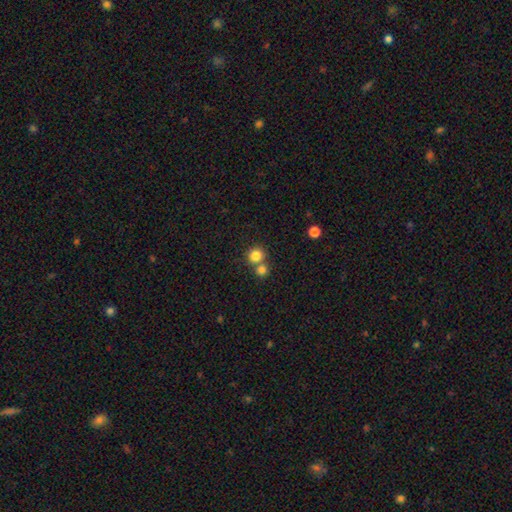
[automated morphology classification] Smooth or featured? Predicted: smooth (p=0.82). How rounded? Predicted: round (p=0.89). Merging? Predicted: none (p=0.57).